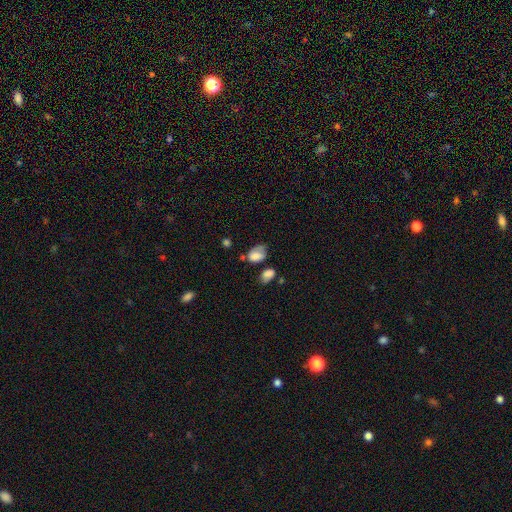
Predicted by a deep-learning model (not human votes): Smooth or featured: smooth — 77% (featured or disk — 14%)
How rounded: in between — 84% (round — 15%)
Merging: none — 36% (minor disturbance — 33%)